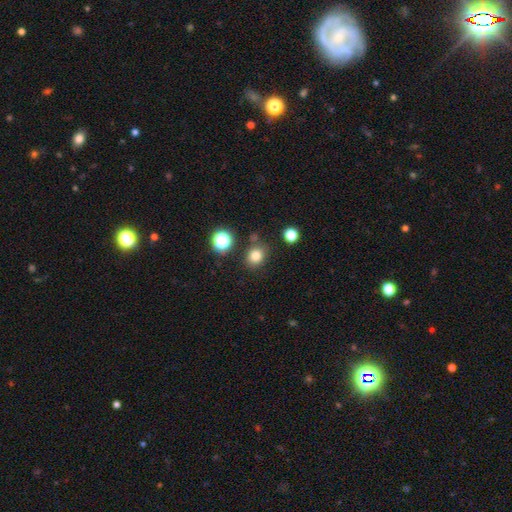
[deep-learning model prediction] This appears to be a smooth galaxy with no disk features (79%) that is round (67%). Merging: none (79%).